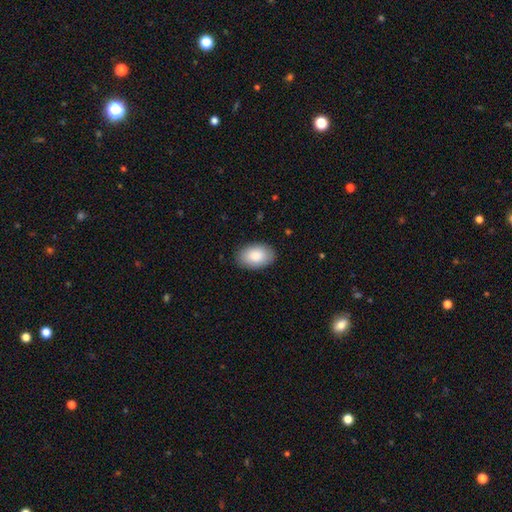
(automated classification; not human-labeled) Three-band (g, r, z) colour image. It shows a smooth galaxy with no disk features (87%) that is in between round and cigar-shaped (91%). Merging: none (87%).